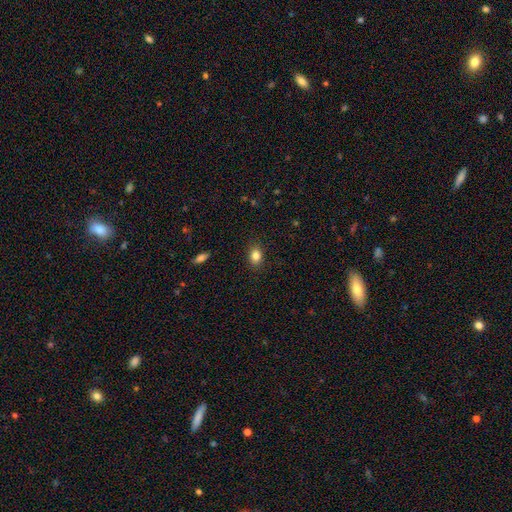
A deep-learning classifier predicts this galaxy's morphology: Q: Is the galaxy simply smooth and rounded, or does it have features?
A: smooth — 84%.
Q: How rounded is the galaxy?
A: in between — 65%.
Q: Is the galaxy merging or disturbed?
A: none — 88%.